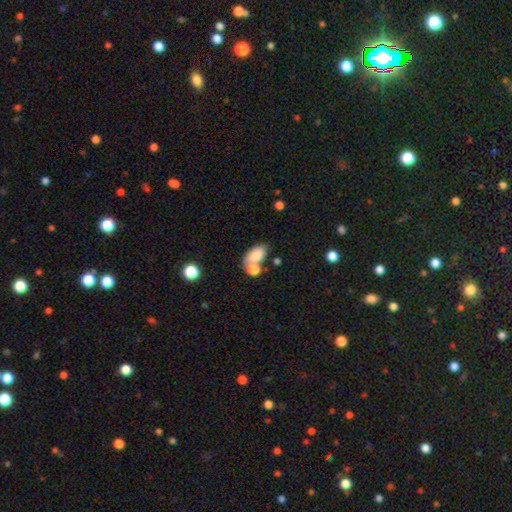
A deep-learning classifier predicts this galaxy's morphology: Smooth or featured?
  - smooth: 81% *
  - featured or disk: 10%
  - star or artifact: 9%
How rounded?
  - in between: 90% *
  - round: 8%
  - cigar-shaped: 2%
Merging?
  - none: 45% *
  - merger: 35%
  - minor disturbance: 14%
  - major disturbance: 6%